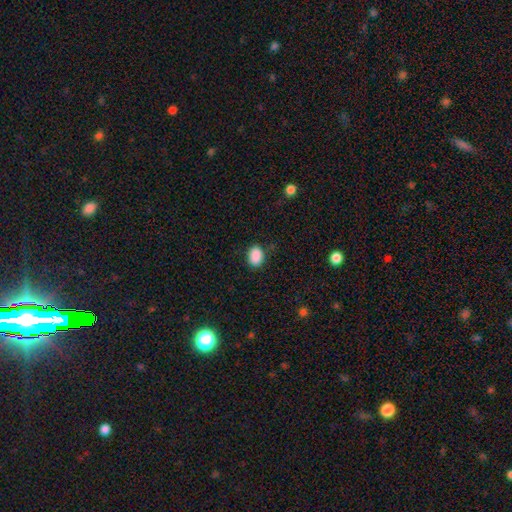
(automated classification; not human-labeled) This appears to be a smooth galaxy with no disk features (89%) that is in between round and cigar-shaped (78%). Merging: none (80%).